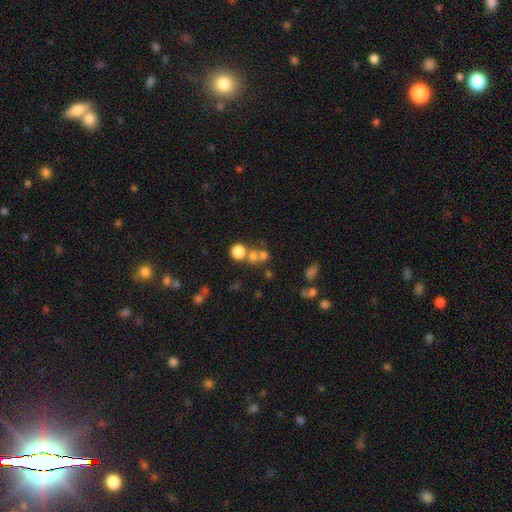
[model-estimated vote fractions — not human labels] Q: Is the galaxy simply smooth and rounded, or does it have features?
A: smooth — 67%.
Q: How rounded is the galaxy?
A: round — 85%.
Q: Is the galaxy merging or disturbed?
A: none — 49%.